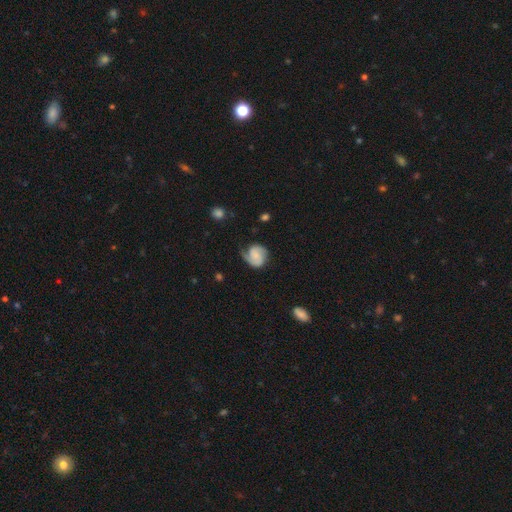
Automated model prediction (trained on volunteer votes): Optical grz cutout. It shows a featured or disk galaxy (58%) with no bar (59%), 2 (61%) medium (40%) spiral arms (92%) and no central bulge (44%). Merging: none (55%).